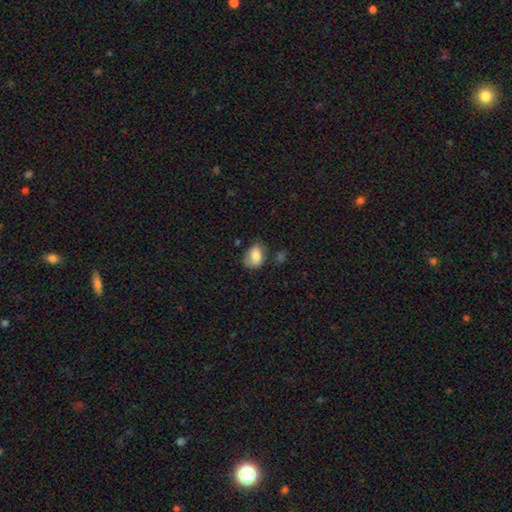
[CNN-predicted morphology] type=smooth (80%); roundness=in between (78%); merging=none (52%).